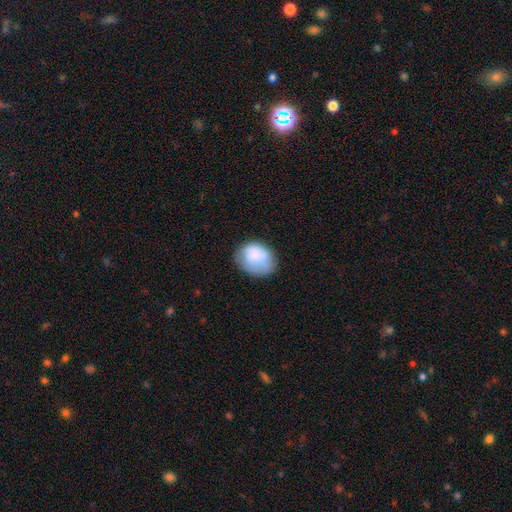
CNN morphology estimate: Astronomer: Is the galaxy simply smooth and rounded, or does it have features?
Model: smooth — 81%.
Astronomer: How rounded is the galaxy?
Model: in between — 60% (runner-up: round, 40%).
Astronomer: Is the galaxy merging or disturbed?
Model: none — 59%.